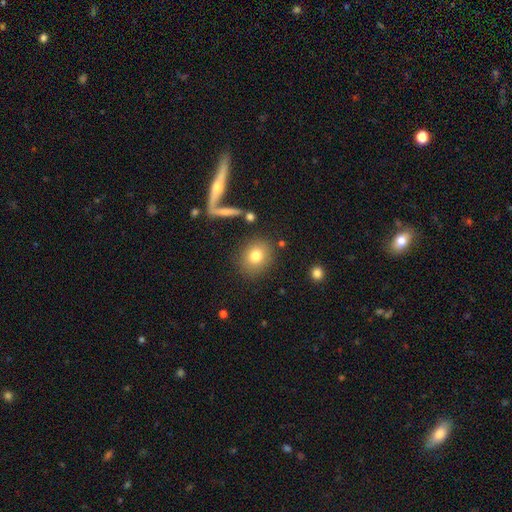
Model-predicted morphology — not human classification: smooth_or_featured: smooth (p=0.79) [alt: featured or disk p=0.12]
how_rounded: round (p=0.76) [alt: in between p=0.22]
merging: none (p=0.82) [alt: minor disturbance p=0.09]